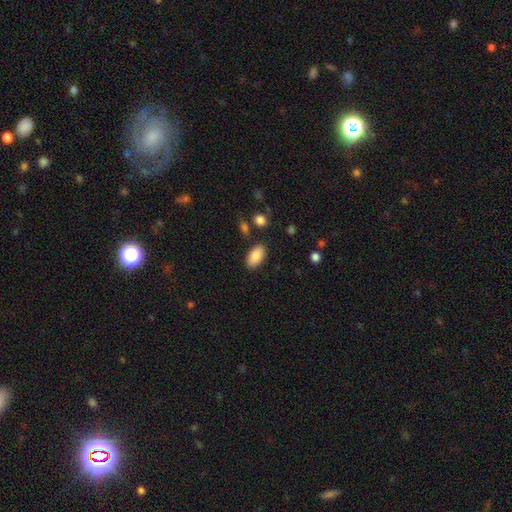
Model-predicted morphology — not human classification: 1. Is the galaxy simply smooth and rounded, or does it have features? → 88% smooth, 7% star or artifact, 5% featured or disk.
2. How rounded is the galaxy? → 94% in between, 3% round, 2% cigar-shaped.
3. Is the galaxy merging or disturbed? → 84% none, 10% minor disturbance, 3% merger, 3% major disturbance.